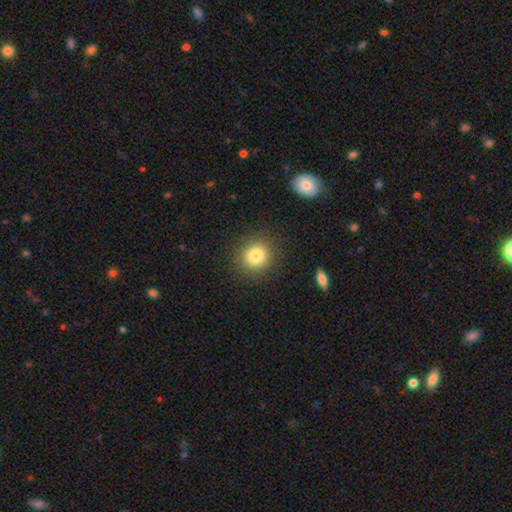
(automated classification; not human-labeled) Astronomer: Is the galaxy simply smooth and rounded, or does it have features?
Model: smooth — 81%.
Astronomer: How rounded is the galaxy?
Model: round — 88%.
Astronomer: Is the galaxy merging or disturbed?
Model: none — 89%.